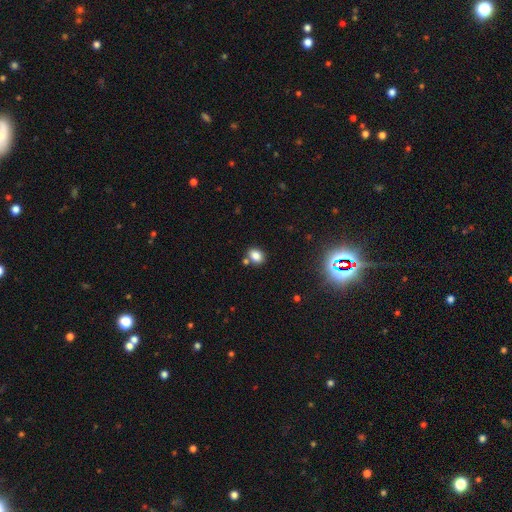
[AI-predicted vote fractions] smooth_or_featured: smooth (p=0.82) [alt: star or artifact p=0.12]
how_rounded: in between (p=0.57) [alt: round p=0.42]
merging: none (p=0.72) [alt: merger p=0.14]